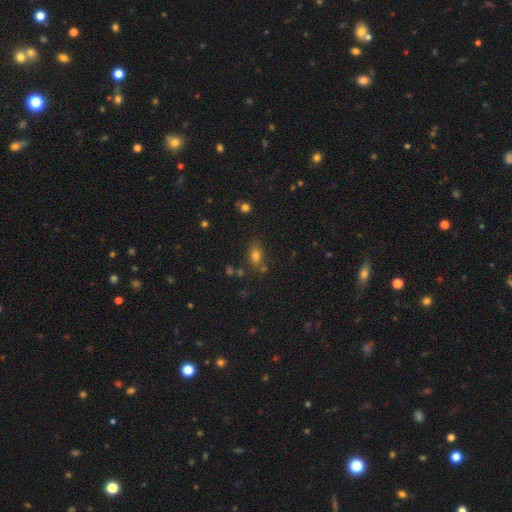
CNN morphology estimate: smooth 74%, star or artifact 16%, featured or disk 10%. Down the decision tree: how rounded — in between (71%); merging — none (69%).